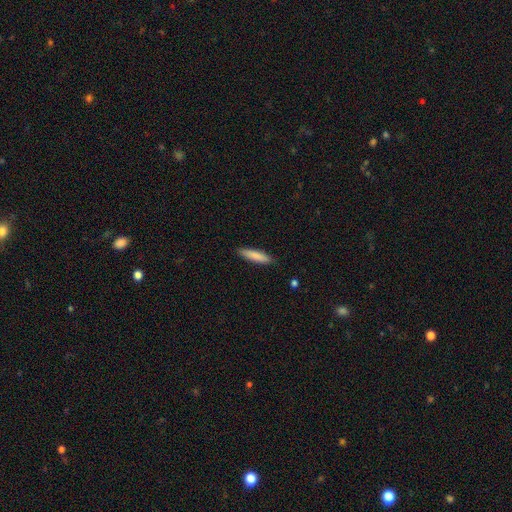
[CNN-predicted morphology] A smooth galaxy with no disk features (83%) that is cigar-shaped (82%).

Vote fractions:
- Smooth or featured? smooth: 83% / featured or disk: 11% / star or artifact: 6%
- How rounded? cigar-shaped: 82% / in between: 17% / round: 1%
- Merging? none: 89% / minor disturbance: 8% / major disturbance: 2% / merger: 1%